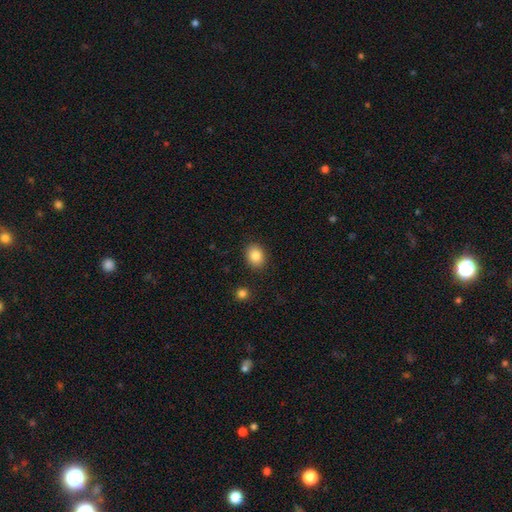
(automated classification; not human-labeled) smooth 85%, star or artifact 9%, featured or disk 6%. Down the decision tree: how rounded — in between (51%); merging — none (89%).